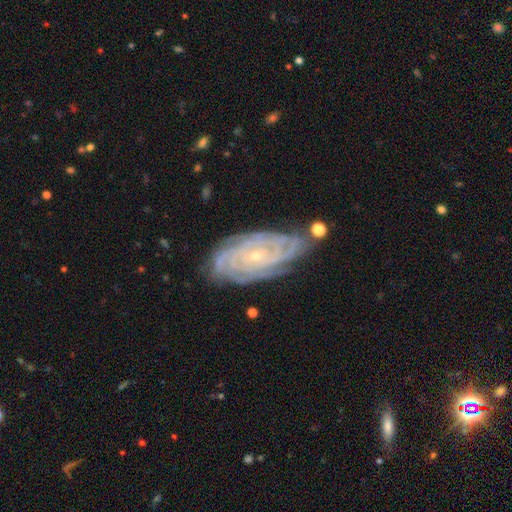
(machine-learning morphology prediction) A featured or disk galaxy (87%) with no bar (73%), 4 (31%) tight (80%) spiral arms (97%) and a small central bulge (83%). Merging: none (73%).